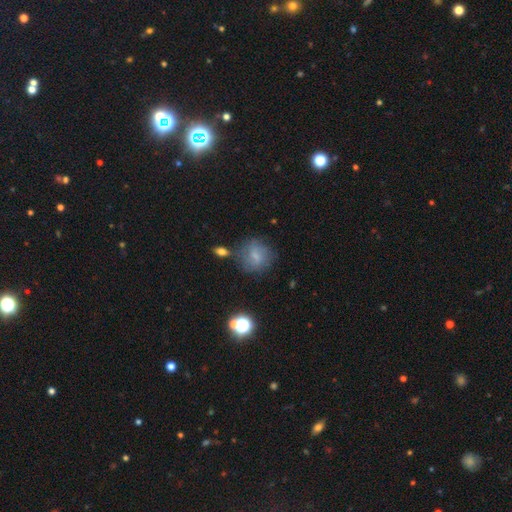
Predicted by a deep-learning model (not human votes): smooth-or-featured: smooth: 64% | featured or disk: 24% | star or artifact: 12%
  how-rounded: round: 79% | in between: 19% | cigar-shaped: 2%
  merging: none: 66% | minor disturbance: 20% | major disturbance: 8% | merger: 6%